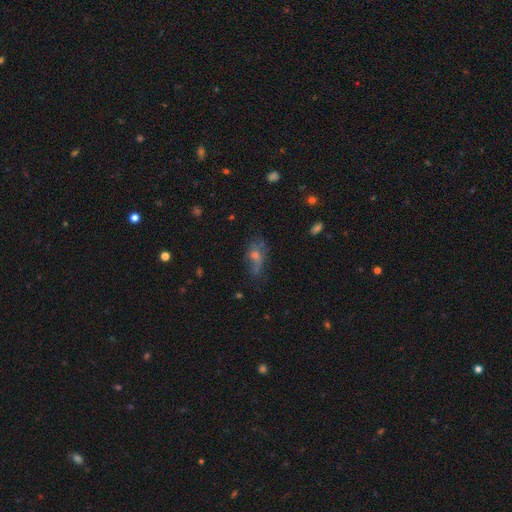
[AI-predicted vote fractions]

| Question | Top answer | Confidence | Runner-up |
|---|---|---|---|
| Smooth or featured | smooth | 41% | featured or disk (38%) |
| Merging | none | 53% | minor disturbance (26%) |